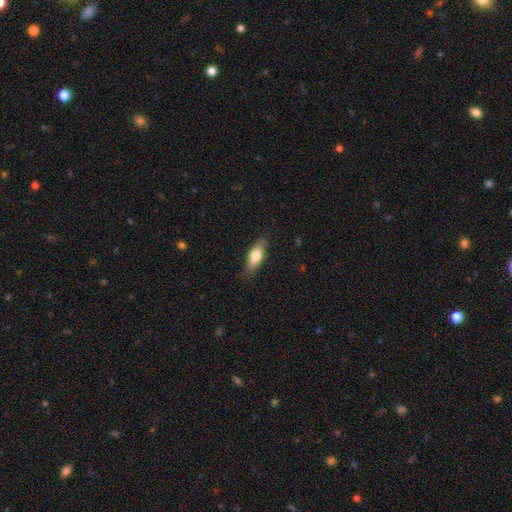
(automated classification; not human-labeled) Smooth or featured: smooth — 70% (featured or disk — 24%)
How rounded: in between — 69% (cigar-shaped — 28%)
Merging: none — 82% (minor disturbance — 14%)